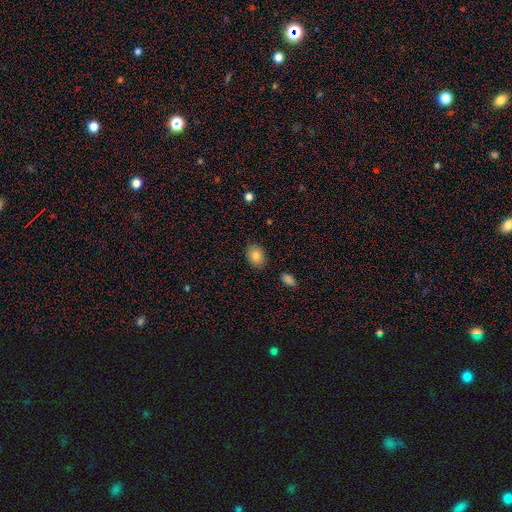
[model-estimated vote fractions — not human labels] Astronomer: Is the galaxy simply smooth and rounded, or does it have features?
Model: smooth — 84%.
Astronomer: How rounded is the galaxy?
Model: in between — 60% (runner-up: round, 39%).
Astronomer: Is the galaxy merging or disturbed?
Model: none — 86%.